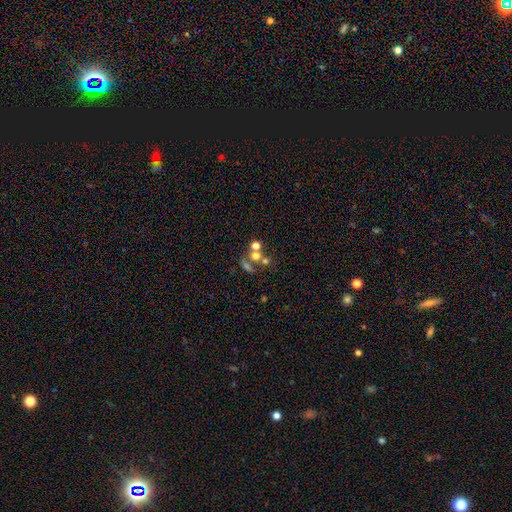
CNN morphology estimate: smooth-or-featured: smooth: 54% | featured or disk: 23% | star or artifact: 23%
  how-rounded: round: 65% | in between: 32% | cigar-shaped: 2%
  merging: merger: 49% | none: 35% | major disturbance: 8% | minor disturbance: 8%